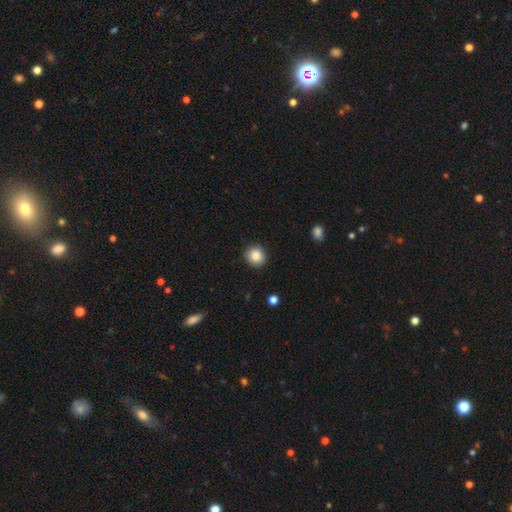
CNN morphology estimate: Q: Smooth or featured?
A: smooth (85%); runner-up: star or artifact (9%)
Q: How rounded?
A: round (91%); runner-up: in between (8%)
Q: Merging?
A: none (91%); runner-up: minor disturbance (6%)